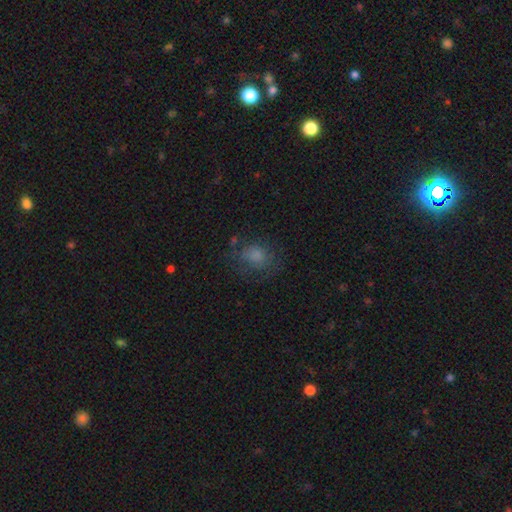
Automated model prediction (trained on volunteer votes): This appears to be a smooth galaxy with no disk features (72%) that is round (59%). Merging: none (58%).